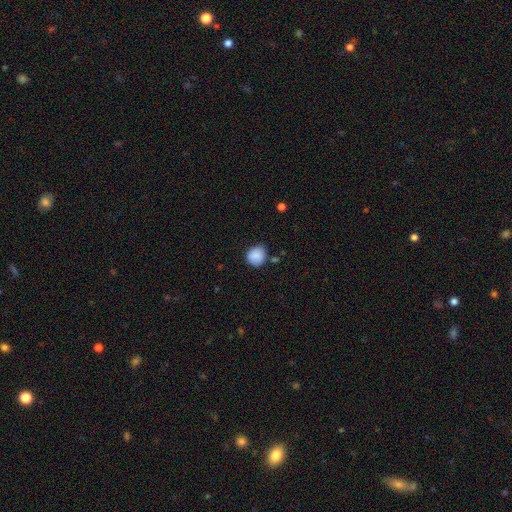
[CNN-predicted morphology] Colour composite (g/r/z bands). It shows a smooth galaxy with no disk features (86%) that is round (76%). Merging: none (68%).